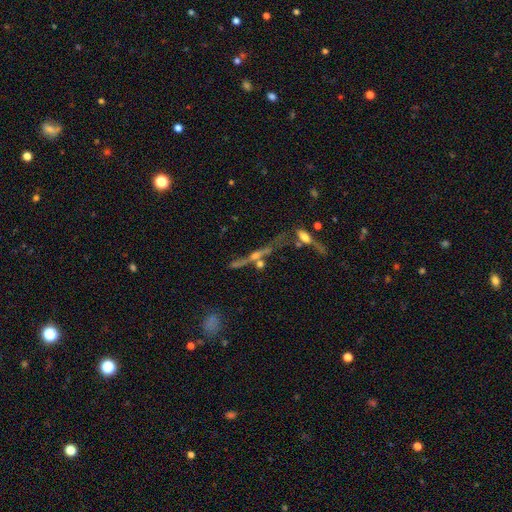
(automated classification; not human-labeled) Q: Smooth or featured?
A: featured or disk (55%); runner-up: star or artifact (25%)
Q: Edge-on disk?
A: yes (76%); runner-up: no (24%)
Q: Merging?
A: none (44%); runner-up: merger (33%)